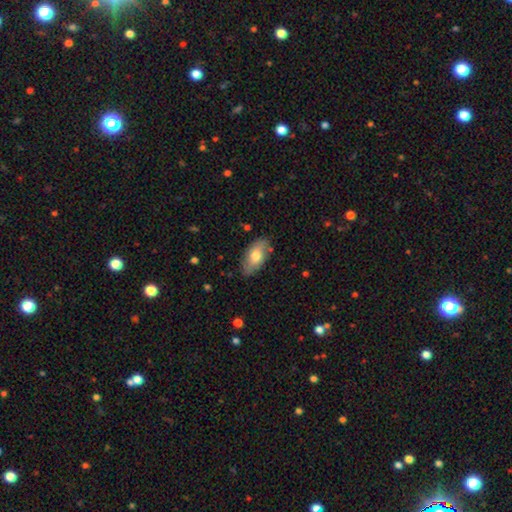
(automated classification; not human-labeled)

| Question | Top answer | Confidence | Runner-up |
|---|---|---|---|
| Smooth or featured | smooth | 68% | featured or disk (26%) |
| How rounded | in between | 93% | cigar-shaped (4%) |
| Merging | none | 79% | minor disturbance (16%) |